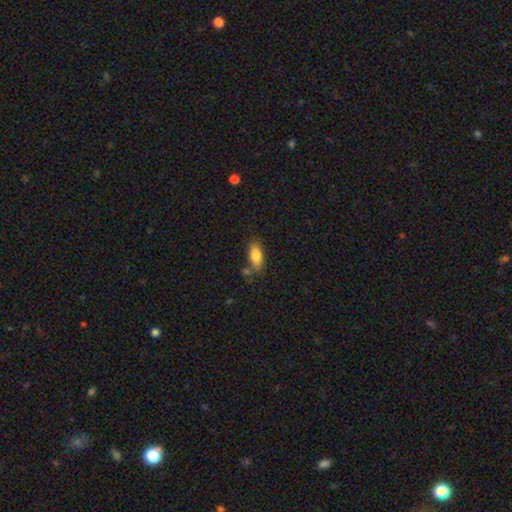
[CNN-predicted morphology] A smooth galaxy with no disk features (82%) that is in between round and cigar-shaped (83%).

Vote fractions:
- Smooth or featured? smooth: 82% / featured or disk: 10% / star or artifact: 7%
- How rounded? in between: 83% / cigar-shaped: 14% / round: 3%
- Merging? none: 69% / minor disturbance: 17% / merger: 9% / major disturbance: 4%